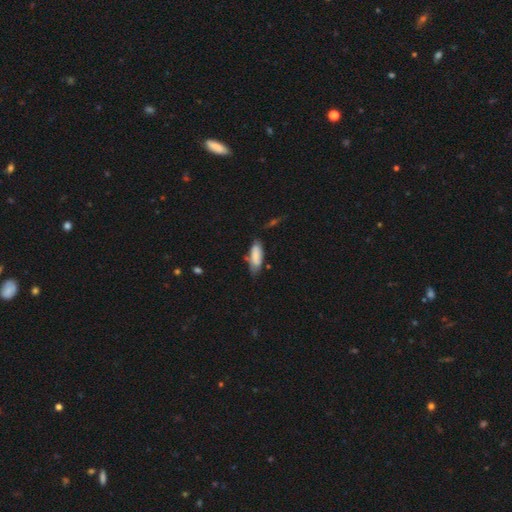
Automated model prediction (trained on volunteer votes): A smooth galaxy with no disk features (82%) that is in between round and cigar-shaped (68%).

Vote fractions:
- Smooth or featured? smooth: 82% / featured or disk: 11% / star or artifact: 6%
- How rounded? in between: 68% / cigar-shaped: 30% / round: 2%
- Merging? none: 59% / minor disturbance: 30% / major disturbance: 7% / merger: 4%